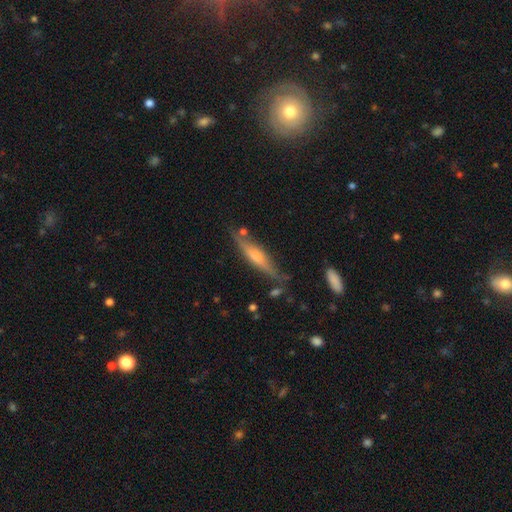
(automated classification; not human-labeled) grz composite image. It shows a featured or disk galaxy (64%) viewed edge-on (94%) with a rounded central bulge (76%). Merging: none (76%).